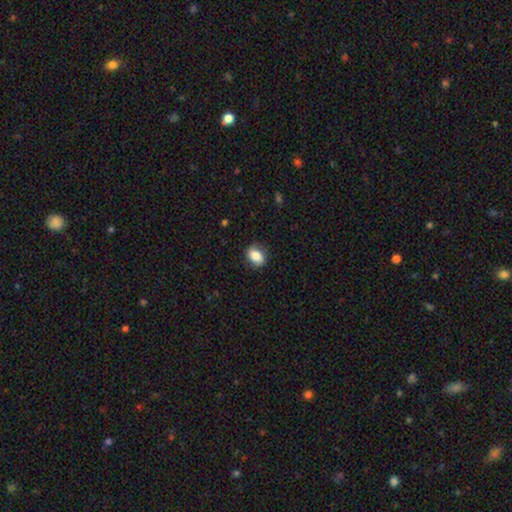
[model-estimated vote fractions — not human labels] The model was most divided on "how rounded": in between: 66%, round: 32%, cigar-shaped: 2%. More confident: merging — none (83%); smooth or featured — smooth (80%).